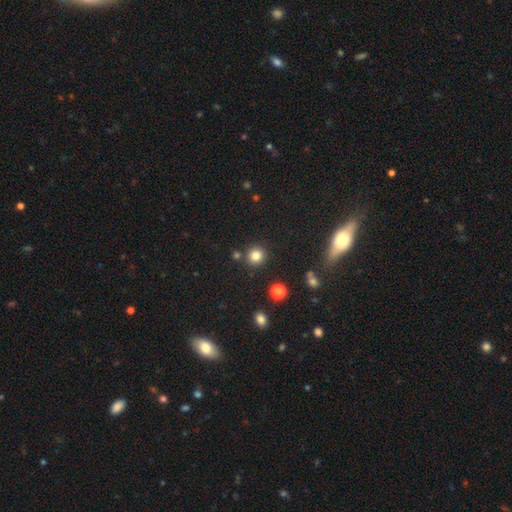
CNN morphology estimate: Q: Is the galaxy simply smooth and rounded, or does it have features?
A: smooth — 82%.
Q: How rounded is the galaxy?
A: round — 92%.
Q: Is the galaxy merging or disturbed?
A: none — 86%.